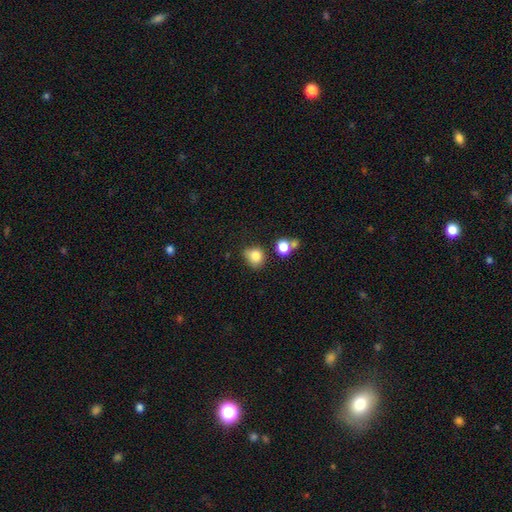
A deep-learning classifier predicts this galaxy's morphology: This is clearly a smooth galaxy (81%). How rounded: likely round (67%). Merging: possibly none (56%).